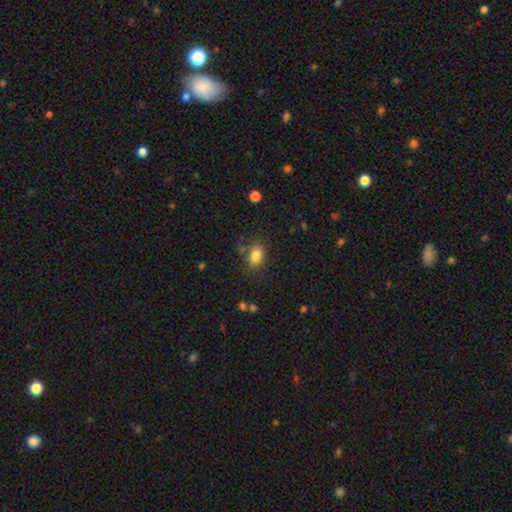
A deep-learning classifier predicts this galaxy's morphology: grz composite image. It shows a smooth galaxy with no disk features (82%) that is in between round and cigar-shaped (74%). Merging: none (75%).